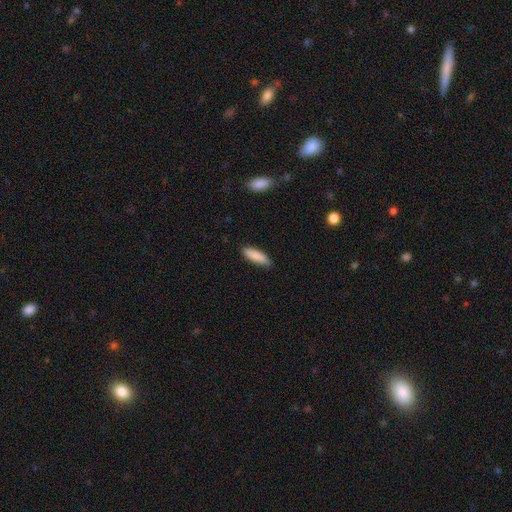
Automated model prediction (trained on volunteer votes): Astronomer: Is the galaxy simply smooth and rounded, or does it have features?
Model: smooth — 86%.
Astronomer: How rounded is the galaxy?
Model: in between — 51% (runner-up: cigar-shaped, 47%).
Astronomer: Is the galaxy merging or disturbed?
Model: none — 79%.